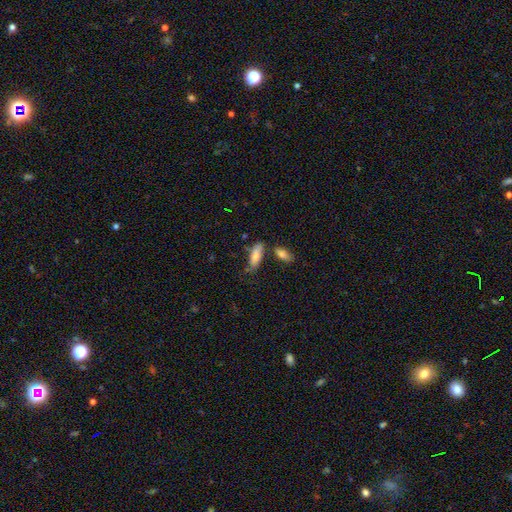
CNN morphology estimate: type=smooth (75%); roundness=in between (62%); merging=none (62%).